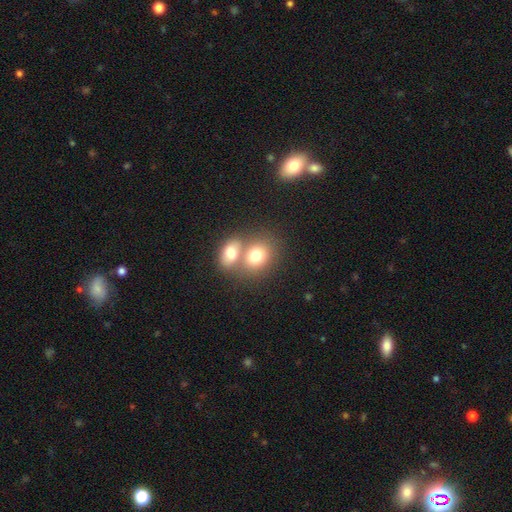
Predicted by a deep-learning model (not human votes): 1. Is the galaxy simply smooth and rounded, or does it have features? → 75% smooth, 15% featured or disk, 10% star or artifact.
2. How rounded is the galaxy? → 50% round, 49% in between, 1% cigar-shaped.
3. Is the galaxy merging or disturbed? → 55% merger, 35% none, 7% minor disturbance, 3% major disturbance.